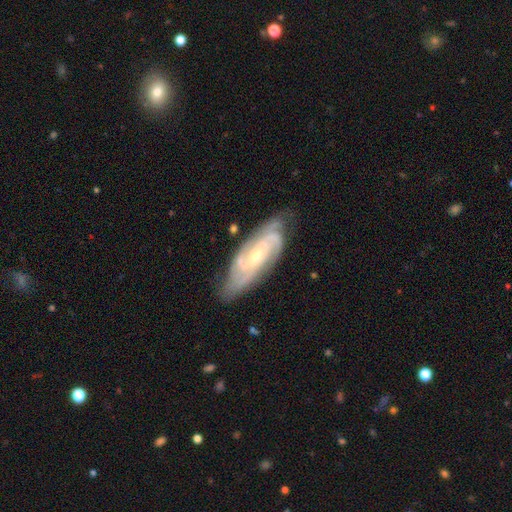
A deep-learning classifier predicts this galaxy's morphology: featured or disk 88%, smooth 7%, star or artifact 5%. Down the decision tree: edge-on disk — no (92%); bar — no (53%); spiral arms — yes (98%); spiral arm count — 3 (34%); spiral winding — tight (59%); bulge size — small (59%); merging — none (76%).